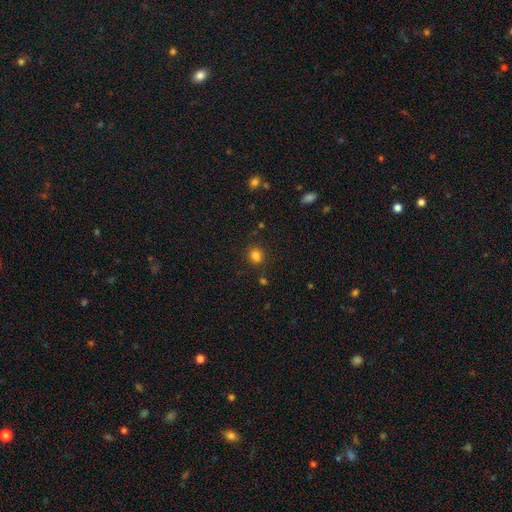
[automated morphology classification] Q: Smooth or featured?
A: smooth (81%); runner-up: star or artifact (14%)
Q: How rounded?
A: round (82%); runner-up: in between (17%)
Q: Merging?
A: none (85%); runner-up: minor disturbance (9%)